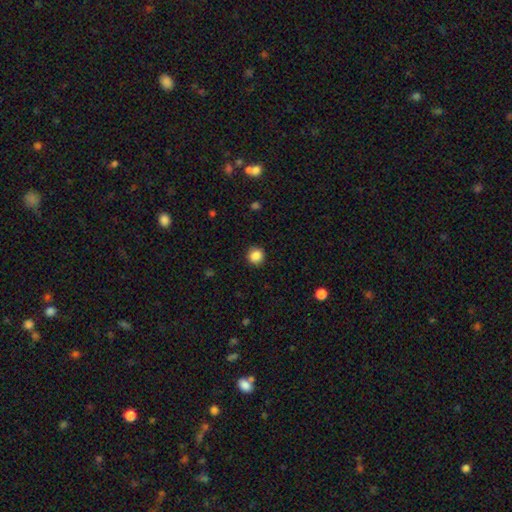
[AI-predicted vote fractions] A smooth galaxy with no disk features (87%) that is round (93%).

Vote fractions:
- Smooth or featured? smooth: 87% / star or artifact: 10% / featured or disk: 3%
- How rounded? round: 93% / in between: 6% / cigar-shaped: 1%
- Merging? none: 90% / minor disturbance: 7% / major disturbance: 2% / merger: 1%